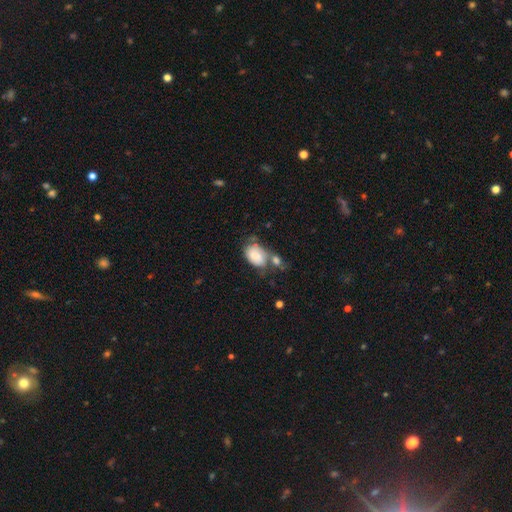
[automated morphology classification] Smooth or featured? smooth (72%)
How rounded? in between (84%)
Merging? merger (37%)